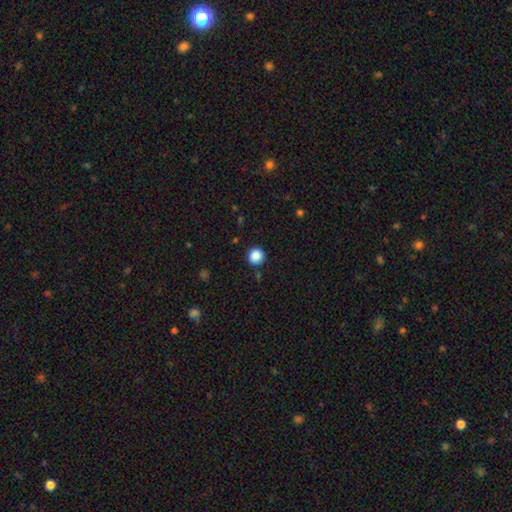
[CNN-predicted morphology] The model was most divided on "smooth or featured": smooth: 87%, star or artifact: 10%, featured or disk: 3%. More confident: how rounded — round (94%); merging — none (89%).